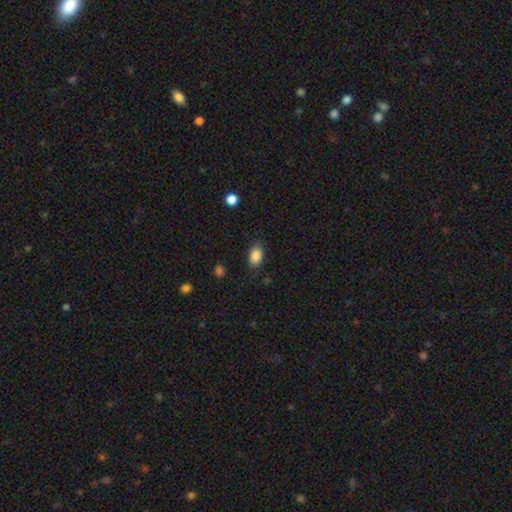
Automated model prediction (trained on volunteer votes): smooth 87%, star or artifact 8%, featured or disk 5%. Down the decision tree: how rounded — in between (89%); merging — none (82%).